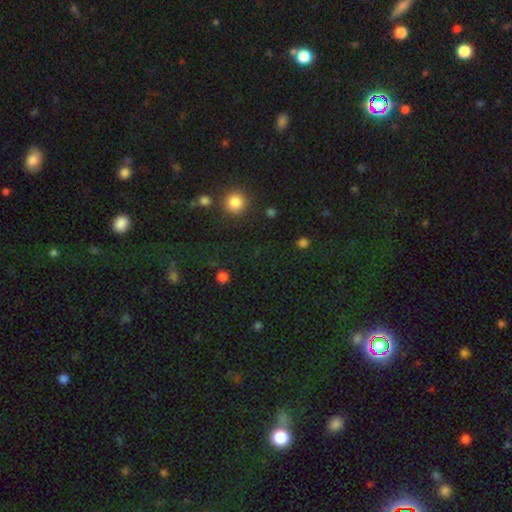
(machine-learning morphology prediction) smooth-or-featured: star or artifact: 49% | smooth: 45% | featured or disk: 7%